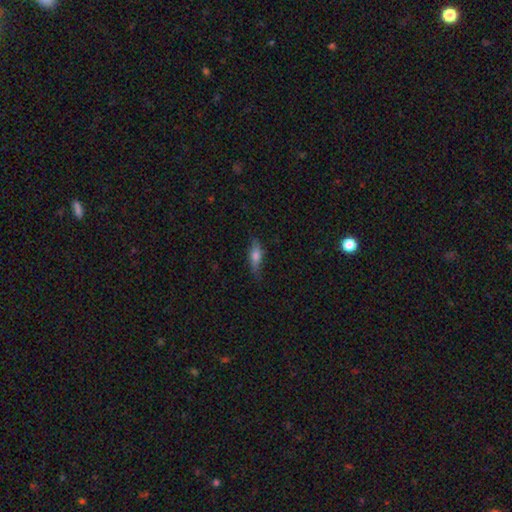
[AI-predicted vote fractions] Morphology: type=smooth (57%); roundness=cigar-shaped (52%); merging=none (77%).